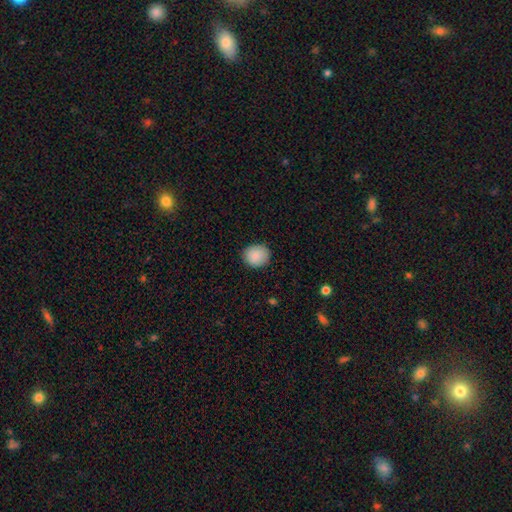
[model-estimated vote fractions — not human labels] smooth_or_featured: smooth (p=0.89) [alt: star or artifact p=0.07]
how_rounded: round (p=0.78) [alt: in between p=0.21]
merging: none (p=0.88) [alt: minor disturbance p=0.09]